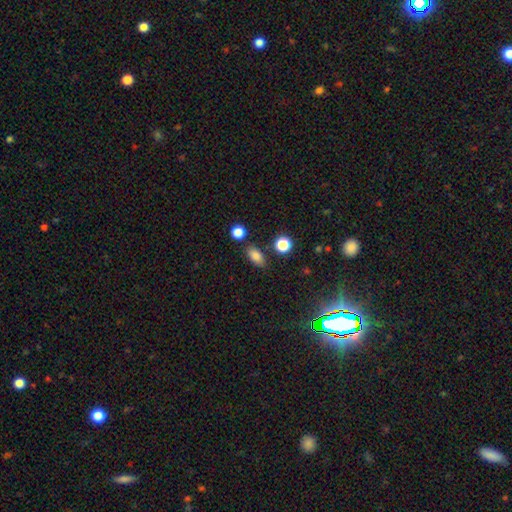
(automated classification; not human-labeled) Smooth or featured? Predicted: smooth (p=0.82). How rounded? Predicted: in between (p=0.84). Merging? Predicted: none (p=0.80).